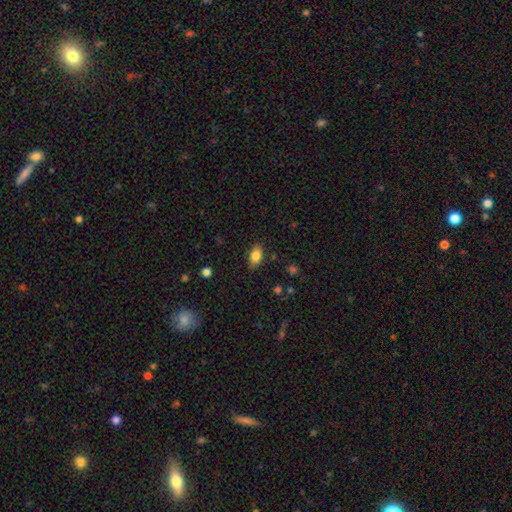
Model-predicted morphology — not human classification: Overall: smooth (84%). How rounded: in between (88%). Merging: none (85%).